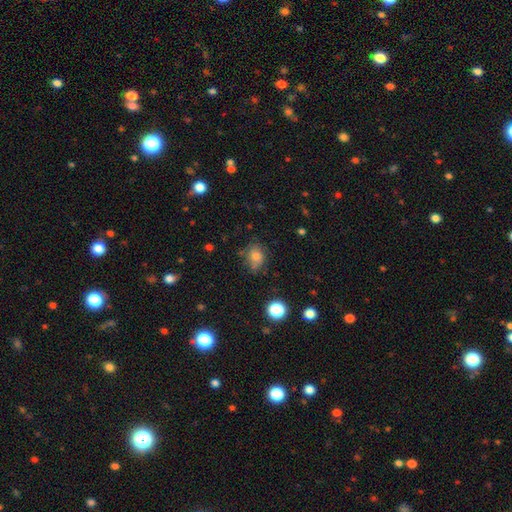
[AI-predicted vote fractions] Smooth or featured: smooth — 73% (featured or disk — 14%)
How rounded: in between — 54% (round — 45%)
Merging: none — 60% (minor disturbance — 27%)